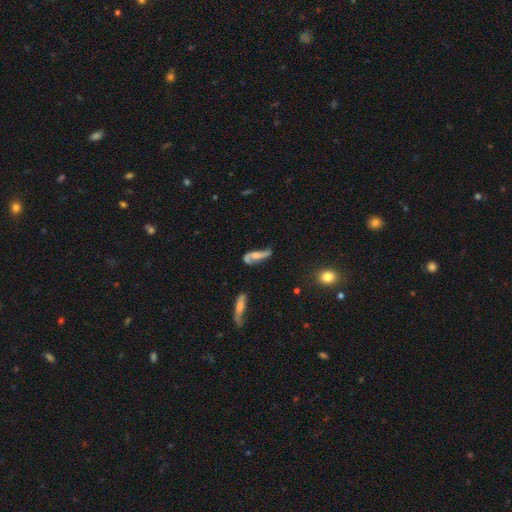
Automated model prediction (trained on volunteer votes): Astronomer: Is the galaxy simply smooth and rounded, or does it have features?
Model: featured or disk — 72%.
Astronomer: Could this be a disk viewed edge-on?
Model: no — 84%.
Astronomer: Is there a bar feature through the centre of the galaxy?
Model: no — 55% (runner-up: weak, 31%).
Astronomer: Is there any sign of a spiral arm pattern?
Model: yes — 88%.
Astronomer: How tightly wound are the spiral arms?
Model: loose — 72%.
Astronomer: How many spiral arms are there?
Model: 2 — 85%.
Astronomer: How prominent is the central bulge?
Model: moderate — 40% (runner-up: small, 31%).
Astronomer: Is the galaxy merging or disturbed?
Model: none — 49% (runner-up: minor disturbance, 25%).